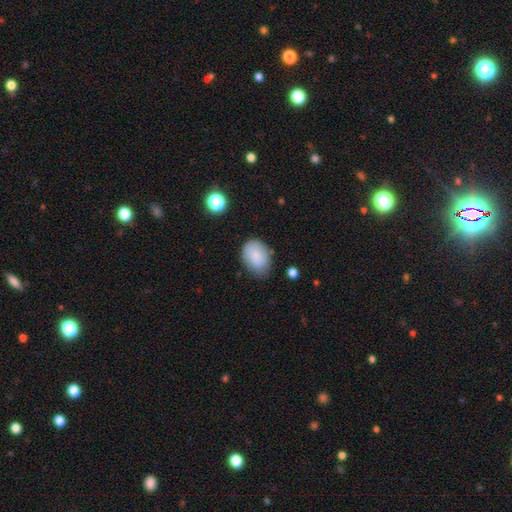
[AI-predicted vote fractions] A smooth galaxy with no disk features (83%) that is in between round and cigar-shaped (74%).

Vote fractions:
- Smooth or featured? smooth: 83% / featured or disk: 10% / star or artifact: 7%
- How rounded? in between: 74% / round: 25% / cigar-shaped: 1%
- Merging? none: 64% / minor disturbance: 27% / major disturbance: 6% / merger: 2%